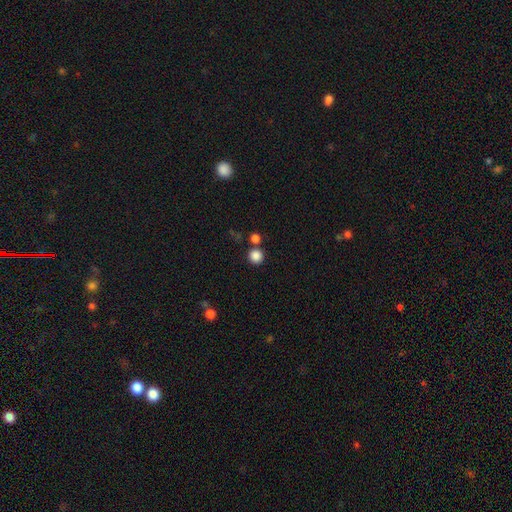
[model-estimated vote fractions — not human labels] Smooth or featured: smooth — 85% (star or artifact — 11%)
How rounded: round — 93% (in between — 6%)
Merging: none — 78% (merger — 12%)